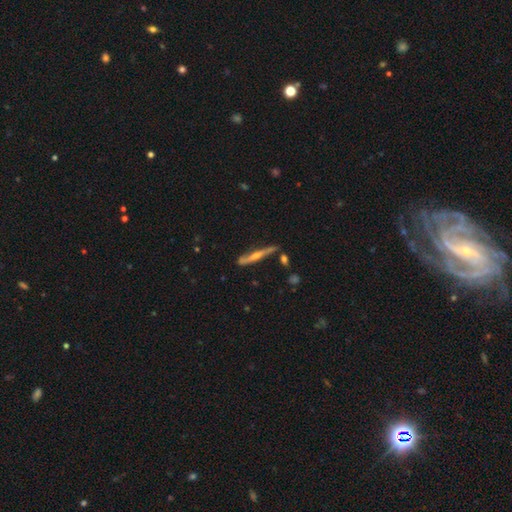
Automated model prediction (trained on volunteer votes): A featured or disk galaxy (72%) viewed edge-on (94%) with a rounded central bulge (81%). Merging: none (75%).